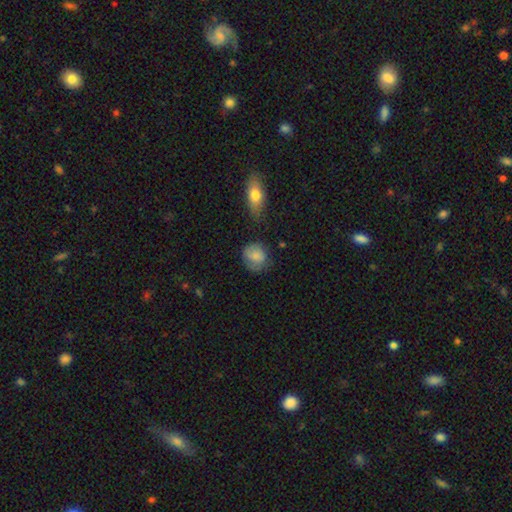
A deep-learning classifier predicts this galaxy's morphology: The model was most divided on "merging": none: 62%, minor disturbance: 26%, major disturbance: 8%, merger: 3%. More confident: smooth or featured — smooth (77%); how rounded — round (75%).